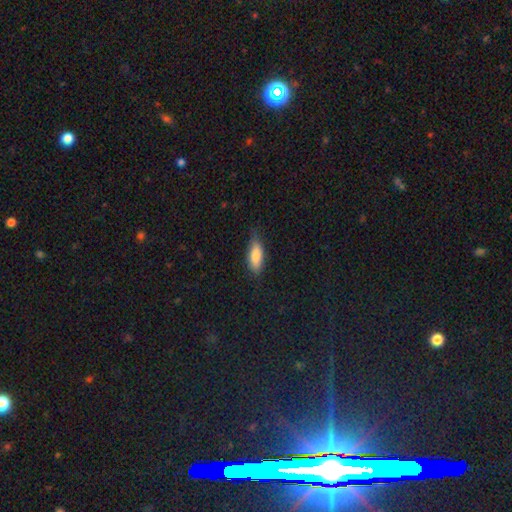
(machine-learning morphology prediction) smooth_or_featured: smooth (p=0.82) [alt: featured or disk p=0.11]
how_rounded: in between (p=0.75) [alt: cigar-shaped p=0.23]
merging: none (p=0.73) [alt: minor disturbance p=0.22]